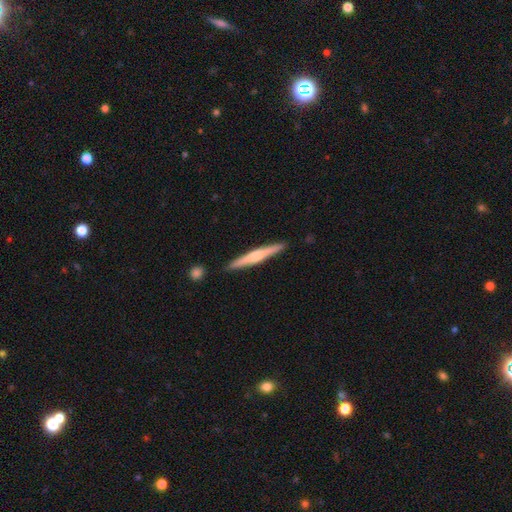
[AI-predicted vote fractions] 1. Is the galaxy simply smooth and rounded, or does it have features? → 58% featured or disk, 36% smooth, 5% star or artifact.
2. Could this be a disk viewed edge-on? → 98% yes, 2% no.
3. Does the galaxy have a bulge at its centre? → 70% rounded, 17% none, 13% boxy.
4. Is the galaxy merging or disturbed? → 90% none, 7% minor disturbance, 2% merger, 1% major disturbance.